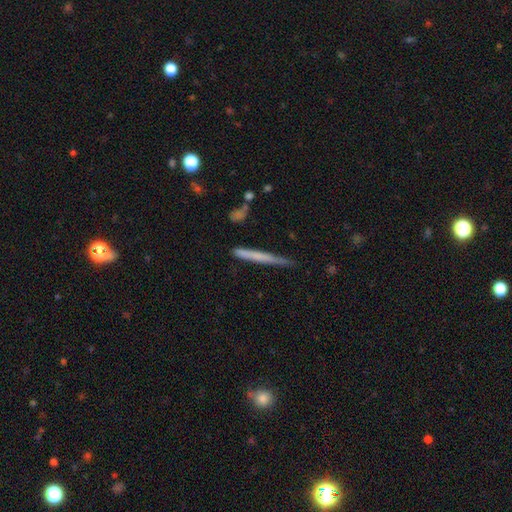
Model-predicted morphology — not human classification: smooth_or_featured: smooth (p=0.56) [alt: featured or disk p=0.37]
how_rounded: cigar-shaped (p=0.96) [alt: in between p=0.02]
merging: none (p=0.76) [alt: minor disturbance p=0.18]